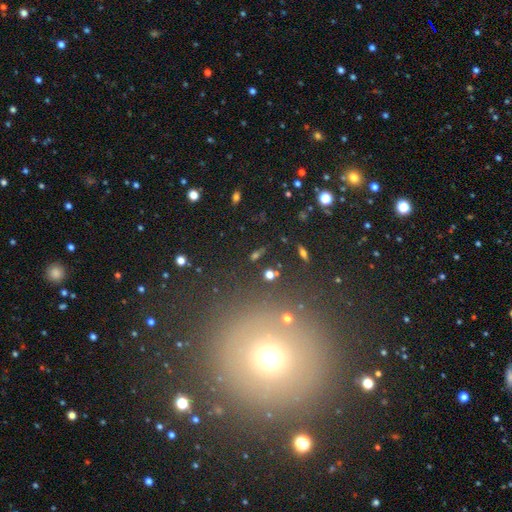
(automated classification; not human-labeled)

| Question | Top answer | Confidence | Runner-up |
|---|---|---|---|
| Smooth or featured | star or artifact | 46% | smooth (36%) |